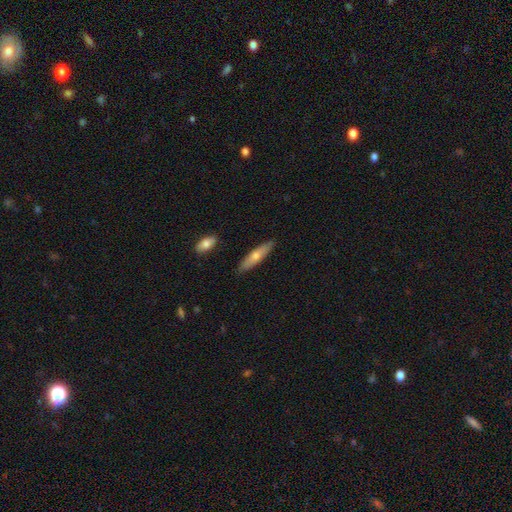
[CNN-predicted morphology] smooth 59%, featured or disk 35%, star or artifact 6%. Down the decision tree: how rounded — cigar-shaped (75%); merging — none (88%).